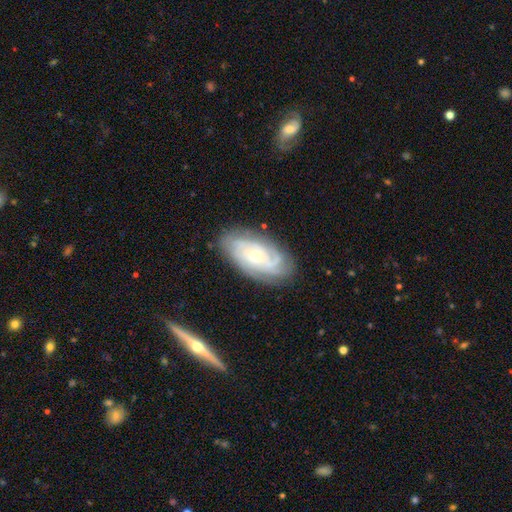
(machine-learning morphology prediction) Smooth or featured: featured or disk — 82% (smooth — 12%)
Edge-on disk: no — 94% (yes — 6%)
Bar: no — 77% (weak — 19%)
Spiral arms: yes — 95% (no — 5%)
Spiral winding: tight — 70% (medium — 24%)
Spiral arm count: can't tell — 31% (3 — 25%)
Bulge size: small — 61% (moderate — 35%)
Merging: none — 79% (minor disturbance — 15%)